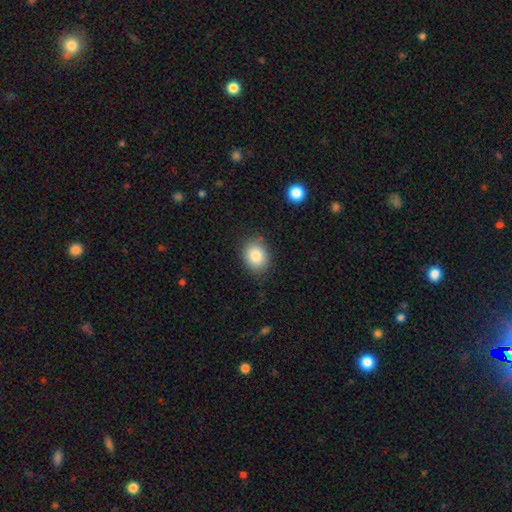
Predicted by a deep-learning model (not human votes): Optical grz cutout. It shows a smooth galaxy with no disk features (84%) that is in between round and cigar-shaped (55%). Merging: none (82%).